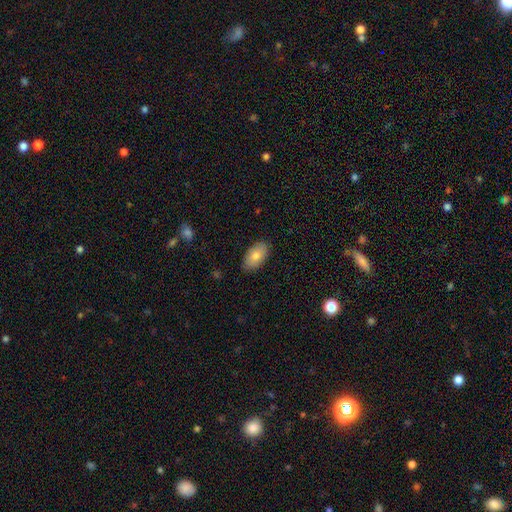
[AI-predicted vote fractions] smooth_or_featured: smooth (p=0.80) [alt: featured or disk p=0.13]
how_rounded: in between (p=0.94) [alt: round p=0.04]
merging: none (p=0.86) [alt: minor disturbance p=0.11]